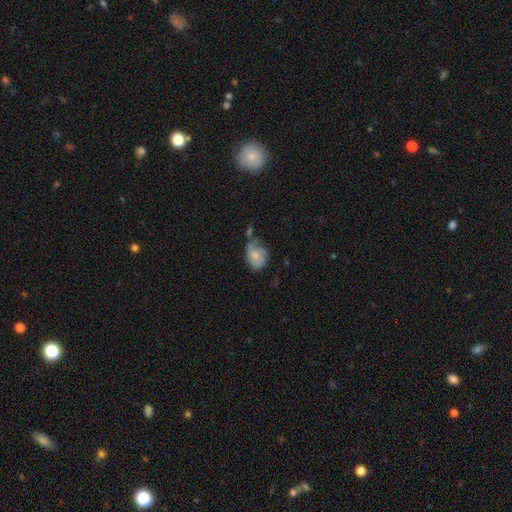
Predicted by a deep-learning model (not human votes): smooth_or_featured: smooth (p=0.63) [alt: featured or disk p=0.29]
how_rounded: in between (p=0.73) [alt: round p=0.26]
merging: minor disturbance (p=0.32) [alt: none p=0.31]